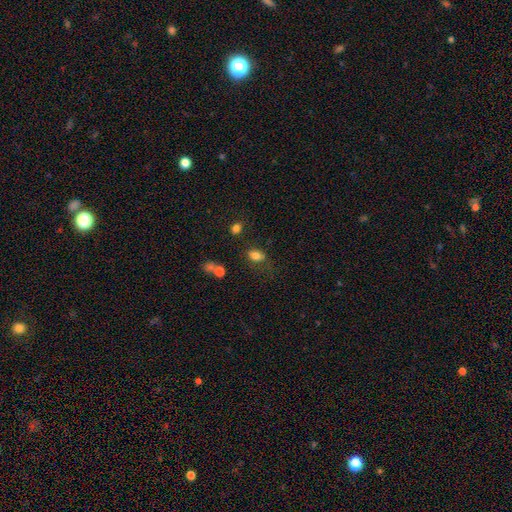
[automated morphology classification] smooth-or-featured: smooth: 81% | star or artifact: 12% | featured or disk: 7%
  how-rounded: in between: 76% | round: 23% | cigar-shaped: 2%
  merging: none: 59% | minor disturbance: 23% | major disturbance: 13% | merger: 6%